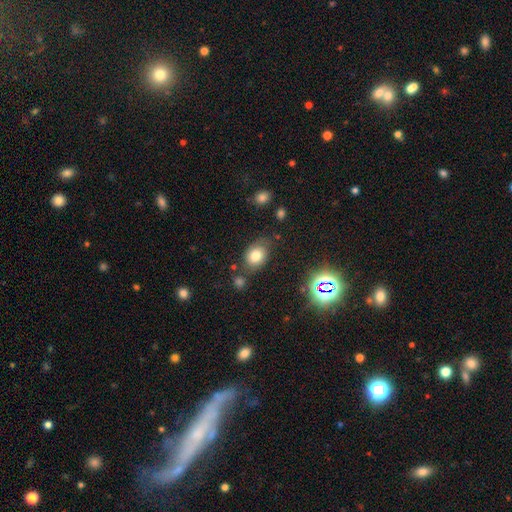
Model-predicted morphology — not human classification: A smooth galaxy with no disk features (78%) that is in between round and cigar-shaped (61%). Merging: none (68%).